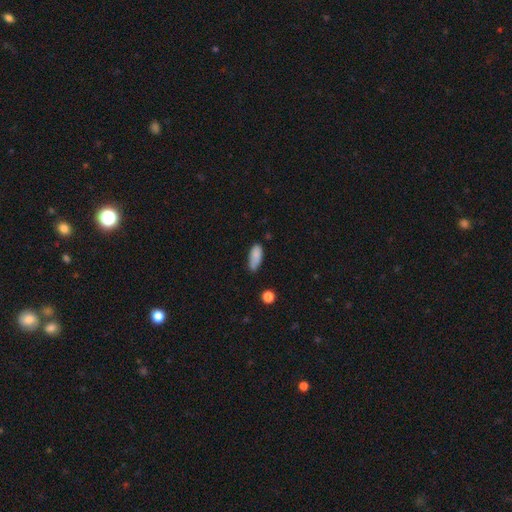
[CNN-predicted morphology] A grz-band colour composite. It shows a smooth galaxy with no disk features (84%) that is in between round and cigar-shaped (78%). Merging: none (57%).